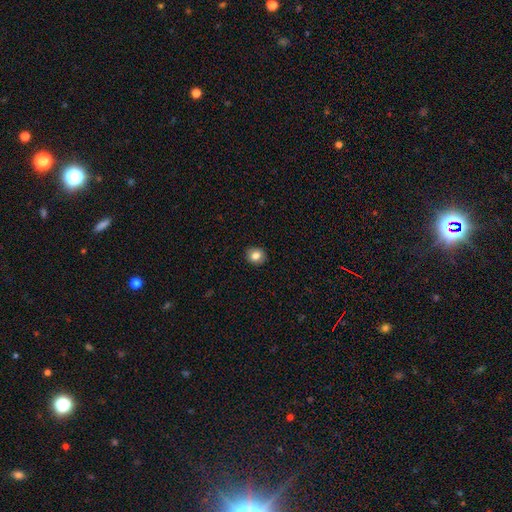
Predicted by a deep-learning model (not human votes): The model was most divided on "how rounded": round: 82%, in between: 17%, cigar-shaped: 1%. More confident: merging — none (91%); smooth or featured — smooth (82%).